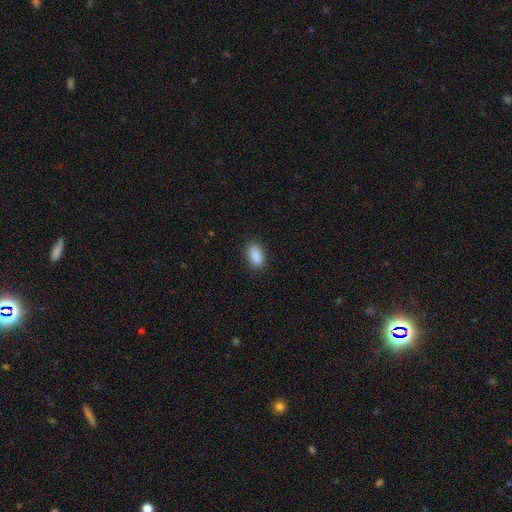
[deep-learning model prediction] Smooth or featured? smooth (90%)
How rounded? in between (89%)
Merging? none (87%)